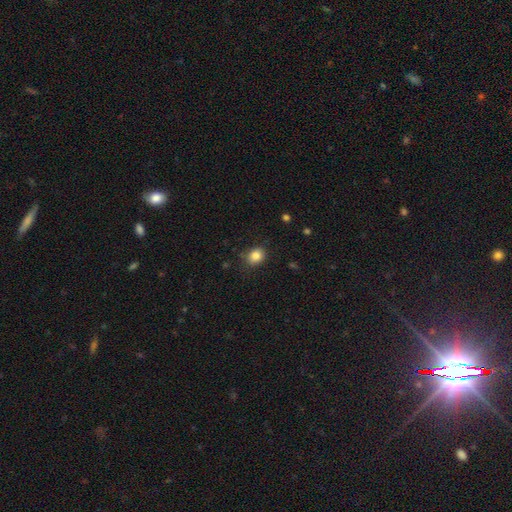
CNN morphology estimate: smooth_or_featured: smooth (p=0.85) [alt: star or artifact p=0.10]
how_rounded: round (p=0.62) [alt: in between p=0.37]
merging: none (p=0.79) [alt: minor disturbance p=0.16]